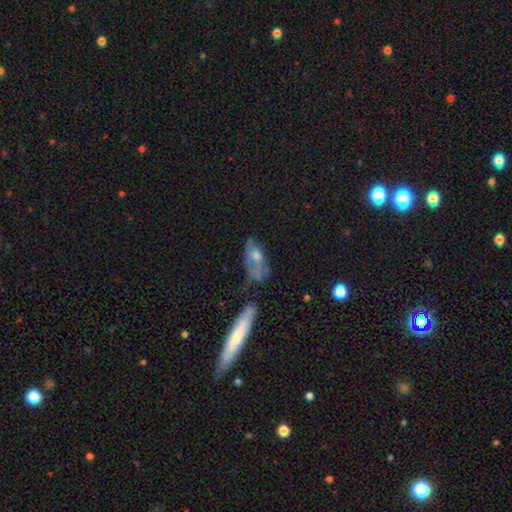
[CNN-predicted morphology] smooth-or-featured: smooth: 52% | featured or disk: 38% | star or artifact: 11%
  how-rounded: in between: 84% | cigar-shaped: 9% | round: 6%
  merging: major disturbance: 32% | none: 24% | merger: 23% | minor disturbance: 21%